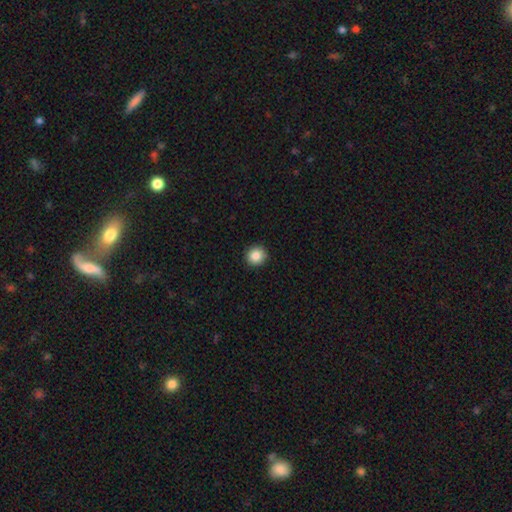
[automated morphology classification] Overall: smooth (86%). How rounded: round (93%). Merging: none (93%).